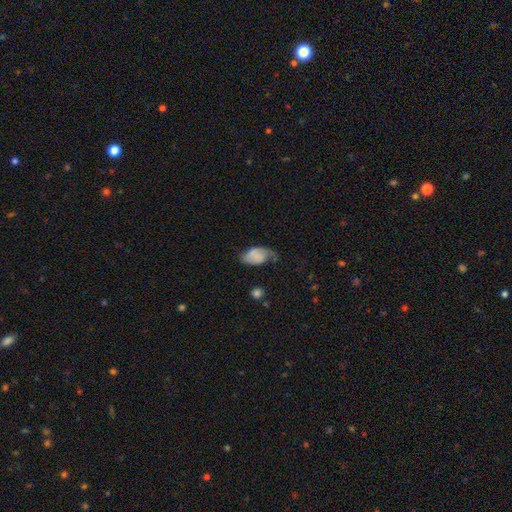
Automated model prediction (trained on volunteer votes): Overall: smooth (63%; featured or disk 29%). How rounded: in between (92%). Merging: none (41%; minor disturbance 38%).